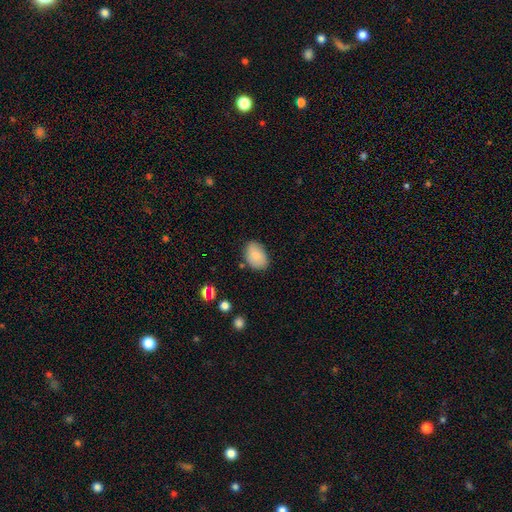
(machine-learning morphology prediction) Smooth or featured?
  - smooth: 80% *
  - featured or disk: 12%
  - star or artifact: 8%
How rounded?
  - in between: 84% *
  - round: 15%
  - cigar-shaped: 1%
Merging?
  - none: 80% *
  - minor disturbance: 15%
  - major disturbance: 3%
  - merger: 2%